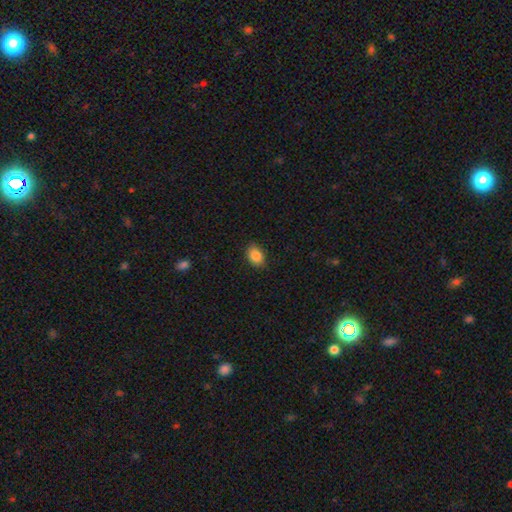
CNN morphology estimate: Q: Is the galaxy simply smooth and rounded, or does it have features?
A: smooth — 87%.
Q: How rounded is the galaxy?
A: in between — 74%.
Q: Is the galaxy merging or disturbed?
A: none — 85%.